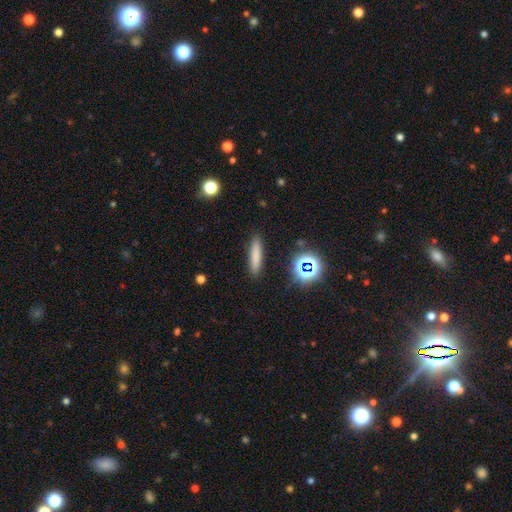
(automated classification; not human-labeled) Smooth or featured: smooth — 76% (star or artifact — 12%)
How rounded: cigar-shaped — 86% (in between — 12%)
Merging: none — 89% (minor disturbance — 7%)